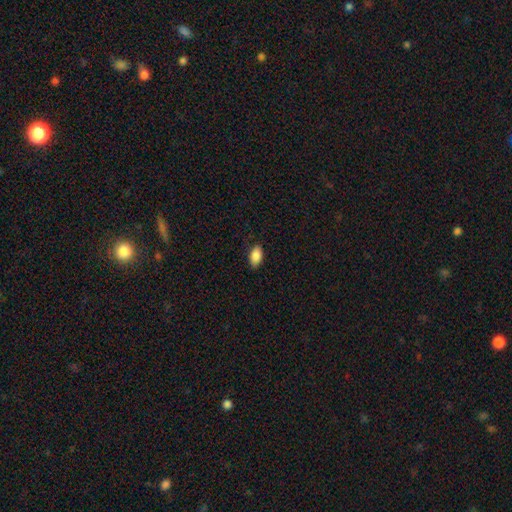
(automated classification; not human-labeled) Smooth or featured?
  - smooth: 88% *
  - star or artifact: 7%
  - featured or disk: 4%
How rounded?
  - in between: 93% *
  - round: 4%
  - cigar-shaped: 3%
Merging?
  - none: 85% *
  - minor disturbance: 12%
  - major disturbance: 2%
  - merger: 1%